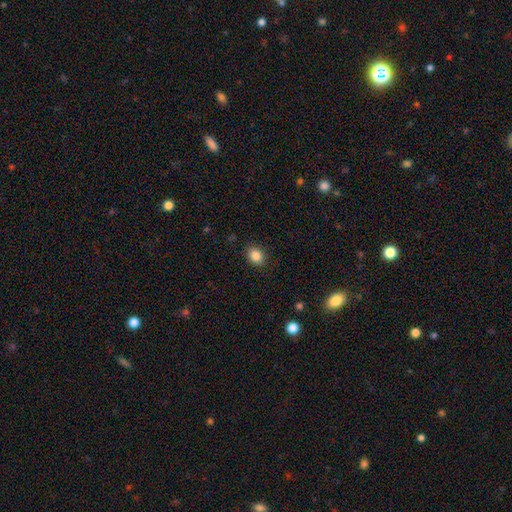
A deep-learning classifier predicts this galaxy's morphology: This appears to be a smooth galaxy with no disk features (86%) that is in between round and cigar-shaped (57%). Merging: none (87%).